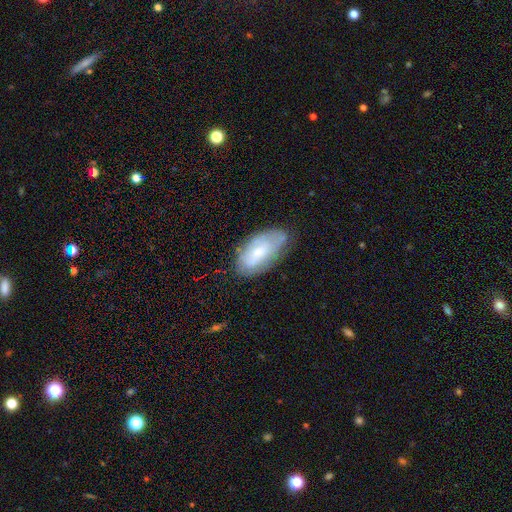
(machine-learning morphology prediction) This appears to be a smooth galaxy with no disk features (48%). Merging: none (69%).